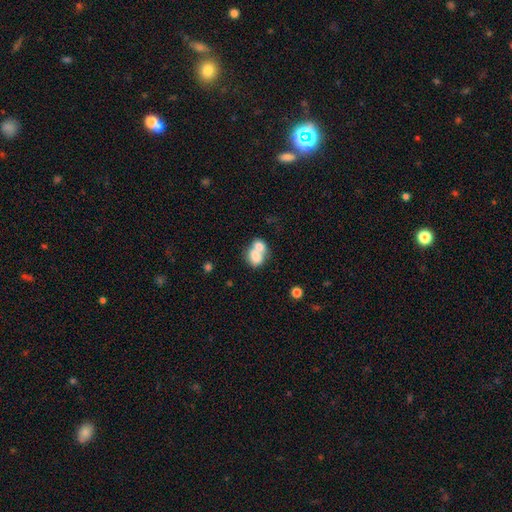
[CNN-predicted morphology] A smooth galaxy with no disk features (72%) that is in between round and cigar-shaped (61%).

Vote fractions:
- Smooth or featured? smooth: 72% / featured or disk: 19% / star or artifact: 8%
- How rounded? in between: 61% / round: 38% / cigar-shaped: 1%
- Merging? merger: 71% / none: 19% / minor disturbance: 6% / major disturbance: 4%